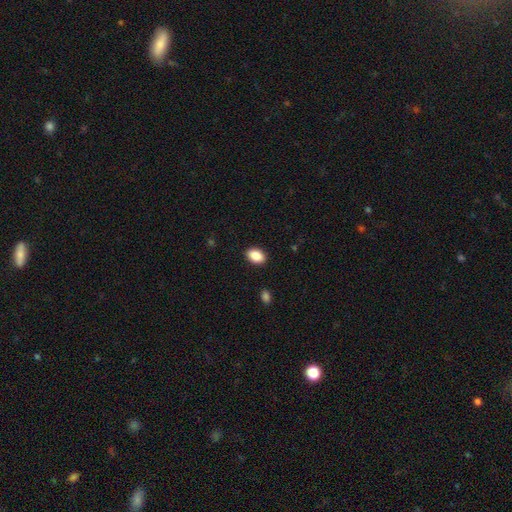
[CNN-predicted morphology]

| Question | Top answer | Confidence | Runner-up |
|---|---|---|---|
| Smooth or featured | smooth | 89% | star or artifact (7%) |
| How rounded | in between | 85% | round (14%) |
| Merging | none | 89% | minor disturbance (7%) |